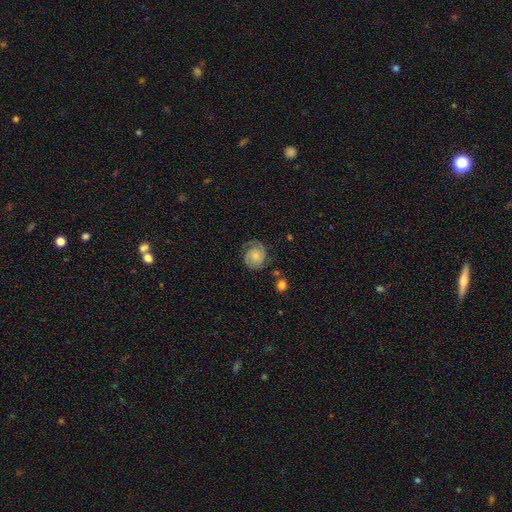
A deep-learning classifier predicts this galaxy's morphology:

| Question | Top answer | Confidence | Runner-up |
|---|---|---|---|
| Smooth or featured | featured or disk | 66% | smooth (27%) |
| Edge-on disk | no | 98% | yes (2%) |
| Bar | no | 77% | weak (20%) |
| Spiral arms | yes | 92% | no (8%) |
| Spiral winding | tight | 56% | medium (32%) |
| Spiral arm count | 2 | 61% | 1 (18%) |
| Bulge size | small | 56% | moderate (34%) |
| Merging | none | 66% | minor disturbance (20%) |